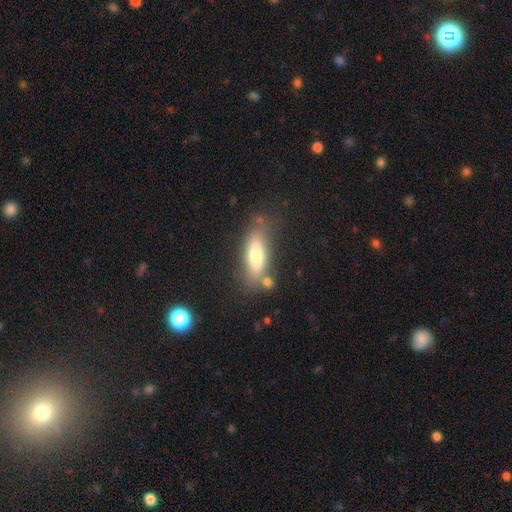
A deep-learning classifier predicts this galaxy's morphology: smooth_or_featured: smooth (p=0.67) [alt: featured or disk p=0.25]
how_rounded: in between (p=0.54) [alt: cigar-shaped p=0.43]
merging: none (p=0.69) [alt: minor disturbance p=0.16]